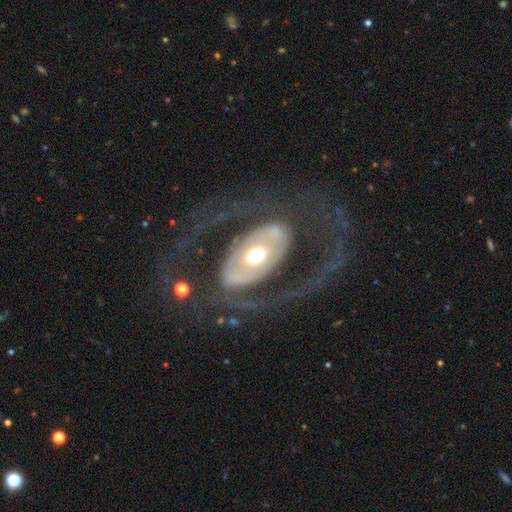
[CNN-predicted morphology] Smooth or featured? Predicted: featured or disk (p=0.77). Edge-on disk? Predicted: no (p=0.92). Bar? Predicted: no (p=0.66). Spiral arms? Predicted: yes (p=0.66). Bulge size? Predicted: moderate (p=0.68). Merging? Predicted: none (p=0.64).